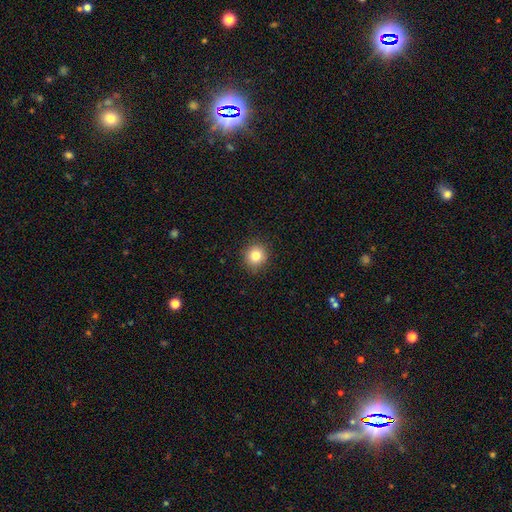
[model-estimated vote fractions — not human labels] smooth-or-featured: smooth: 83% | star or artifact: 11% | featured or disk: 6%
  how-rounded: round: 90% | in between: 9% | cigar-shaped: 1%
  merging: none: 90% | minor disturbance: 7% | major disturbance: 2% | merger: 1%